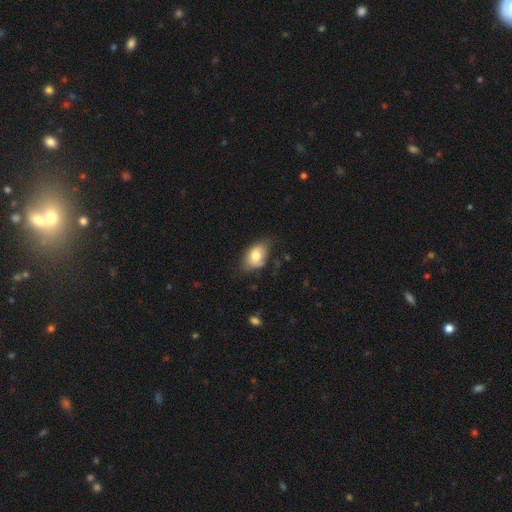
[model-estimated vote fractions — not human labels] smooth_or_featured: smooth (p=0.76) [alt: featured or disk p=0.17]
how_rounded: in between (p=0.85) [alt: round p=0.14]
merging: none (p=0.53) [alt: minor disturbance p=0.35]